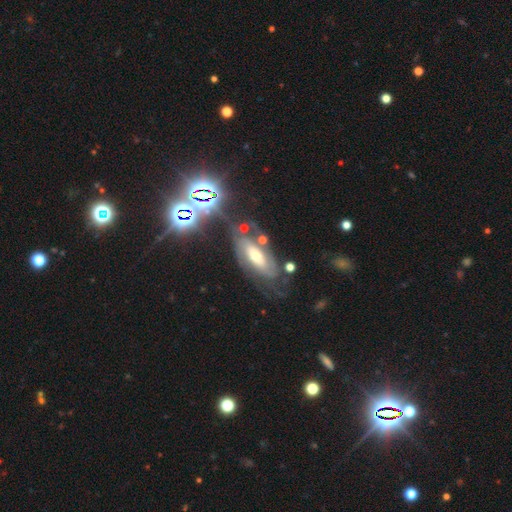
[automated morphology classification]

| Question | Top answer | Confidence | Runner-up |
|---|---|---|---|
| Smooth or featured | featured or disk | 61% | smooth (20%) |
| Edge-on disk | no | 84% | yes (16%) |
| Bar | no | 53% | weak (29%) |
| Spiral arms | yes | 77% | no (23%) |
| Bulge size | moderate | 60% | small (24%) |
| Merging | none | 59% | minor disturbance (20%) |